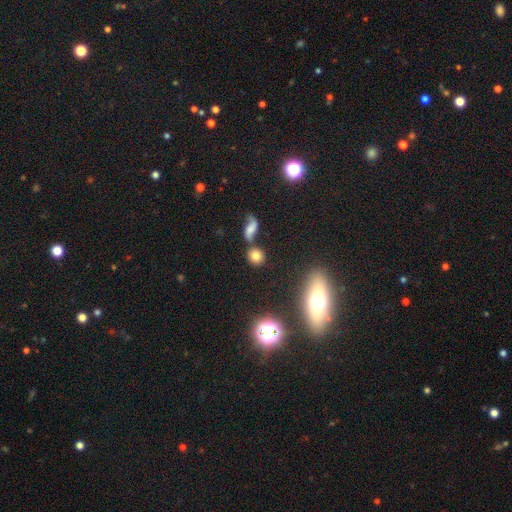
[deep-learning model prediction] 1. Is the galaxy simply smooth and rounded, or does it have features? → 73% smooth, 14% star or artifact, 13% featured or disk.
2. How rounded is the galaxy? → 79% round, 18% in between, 2% cigar-shaped.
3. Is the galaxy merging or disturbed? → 65% none, 19% merger, 11% minor disturbance, 5% major disturbance.